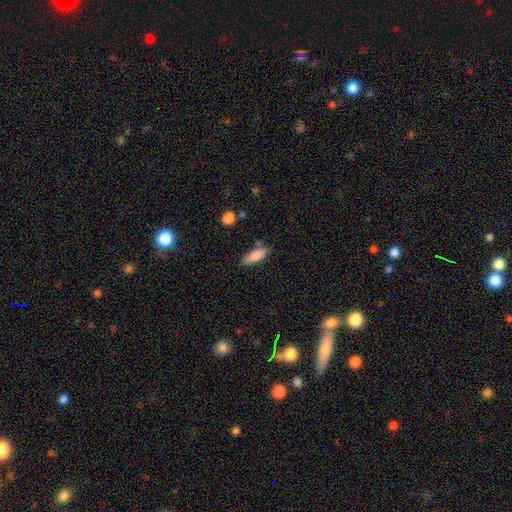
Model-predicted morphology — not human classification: A smooth galaxy with no disk features (84%) that is in between round and cigar-shaped (56%).

Vote fractions:
- Smooth or featured? smooth: 84% / featured or disk: 10% / star or artifact: 6%
- How rounded? in between: 56% / cigar-shaped: 42% / round: 2%
- Merging? none: 77% / minor disturbance: 15% / merger: 5% / major disturbance: 3%